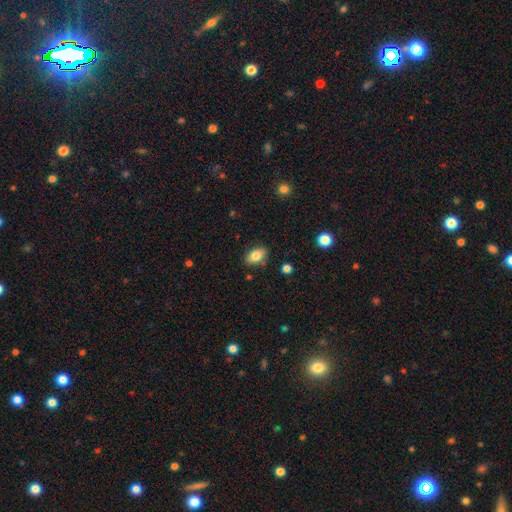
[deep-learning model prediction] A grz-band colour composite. It shows a smooth galaxy with no disk features (83%) that is in between round and cigar-shaped (85%). Merging: none (84%).